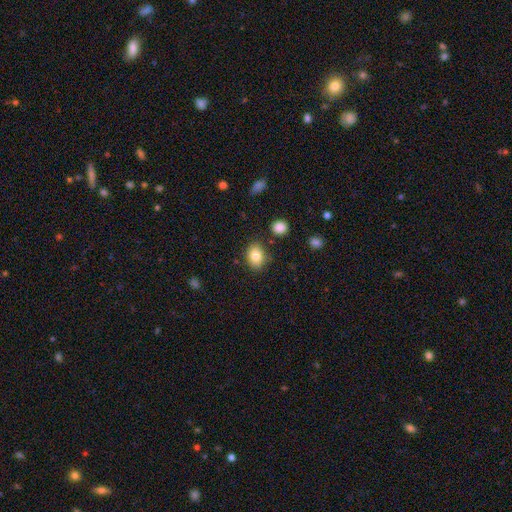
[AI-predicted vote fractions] This appears to be a smooth galaxy with no disk features (83%) that is in between round and cigar-shaped (68%). Merging: none (82%).